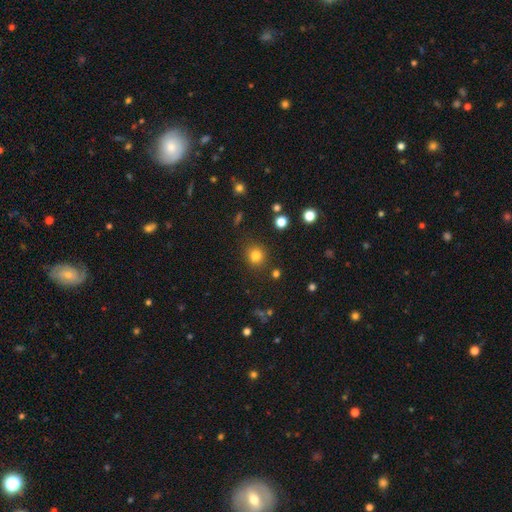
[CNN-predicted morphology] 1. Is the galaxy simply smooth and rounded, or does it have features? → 81% smooth, 13% star or artifact, 6% featured or disk.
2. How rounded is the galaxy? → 88% round, 11% in between, 1% cigar-shaped.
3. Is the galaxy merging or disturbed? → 87% none, 8% minor disturbance, 3% major disturbance, 3% merger.